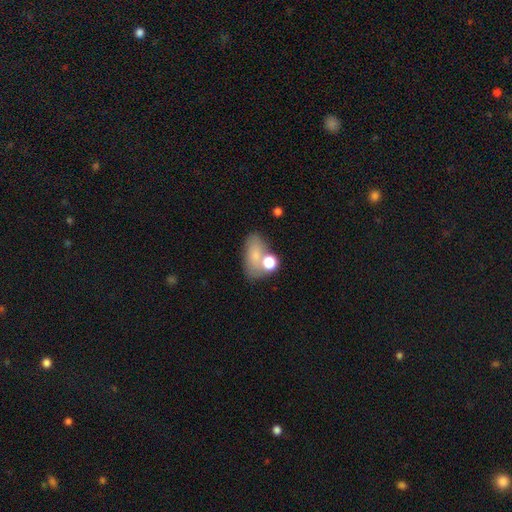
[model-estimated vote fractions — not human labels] Overall: smooth (72%). How rounded: in between (81%). Merging: none (47%; merger 25%).